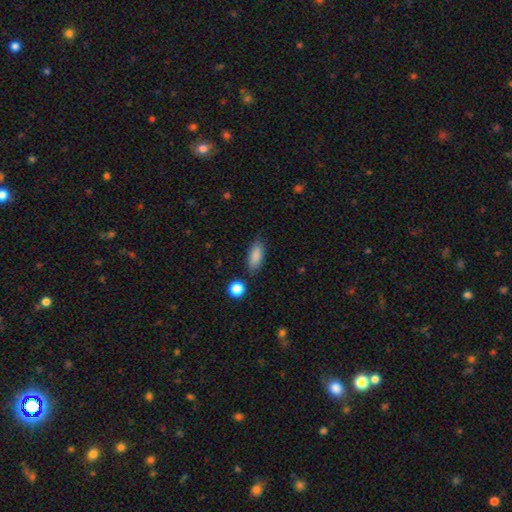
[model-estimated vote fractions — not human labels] This appears to be a smooth galaxy with no disk features (87%) that is in between round and cigar-shaped (81%). Merging: none (82%).